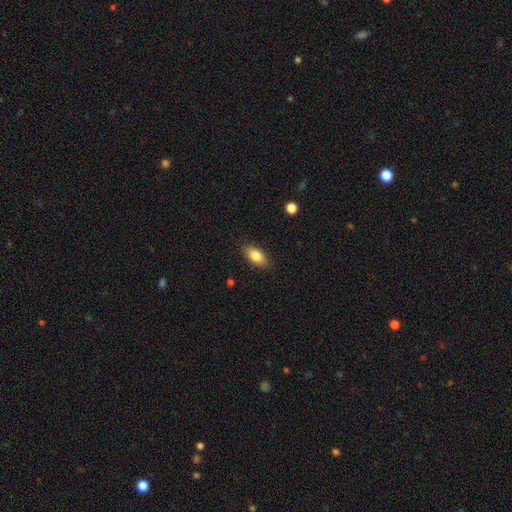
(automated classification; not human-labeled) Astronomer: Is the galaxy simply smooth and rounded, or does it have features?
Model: smooth — 83%.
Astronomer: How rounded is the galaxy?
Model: in between — 89%.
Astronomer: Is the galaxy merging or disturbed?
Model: none — 86%.